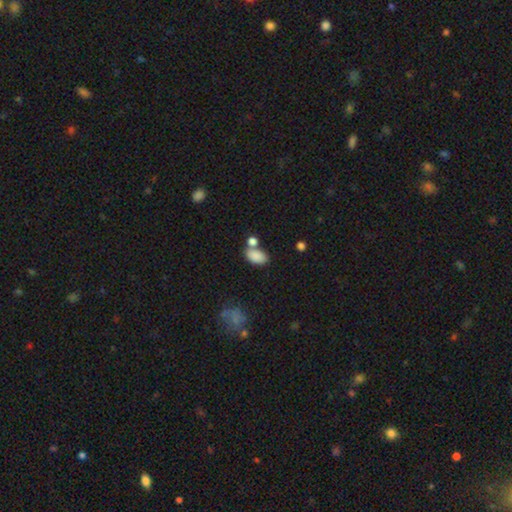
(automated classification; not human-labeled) A smooth galaxy with no disk features (85%) that is in between round and cigar-shaped (91%). Merging: none (52%).